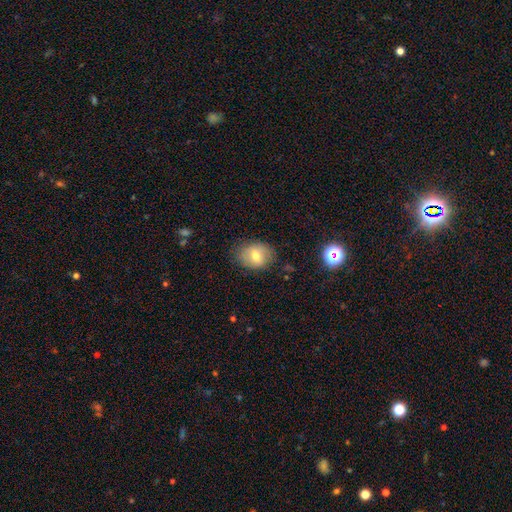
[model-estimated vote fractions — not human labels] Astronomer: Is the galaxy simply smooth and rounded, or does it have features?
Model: smooth — 67%.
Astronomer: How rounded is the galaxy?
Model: in between — 60% (runner-up: round, 39%).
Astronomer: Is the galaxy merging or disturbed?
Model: none — 78%.